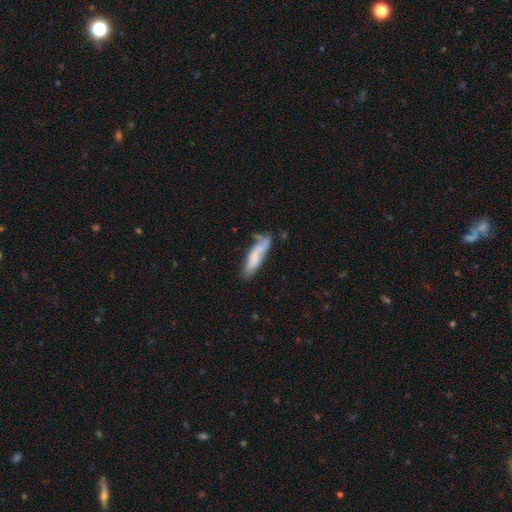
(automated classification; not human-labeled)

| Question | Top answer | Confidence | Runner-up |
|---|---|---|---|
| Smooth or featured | smooth | 66% | featured or disk (27%) |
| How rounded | cigar-shaped | 67% | in between (31%) |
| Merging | none | 48% | minor disturbance (30%) |